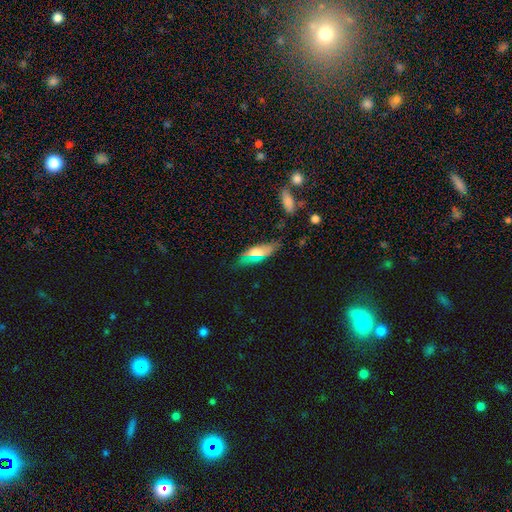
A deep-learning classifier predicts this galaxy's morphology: This is possibly a smooth galaxy (56%). How rounded: possibly in between (57%). Merging: likely none (76%).